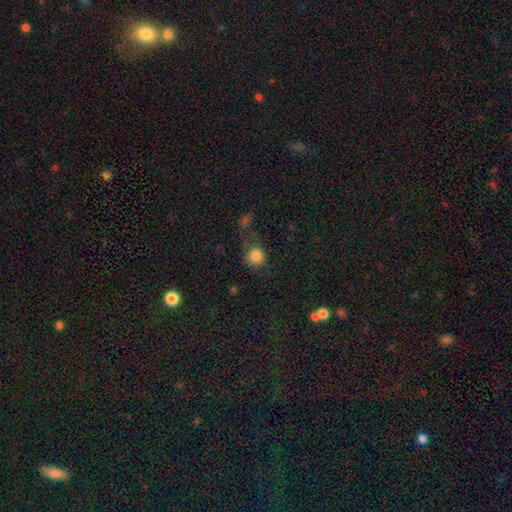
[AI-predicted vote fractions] This appears to be a smooth galaxy with no disk features (82%) that is round (81%). Merging: none (43%).